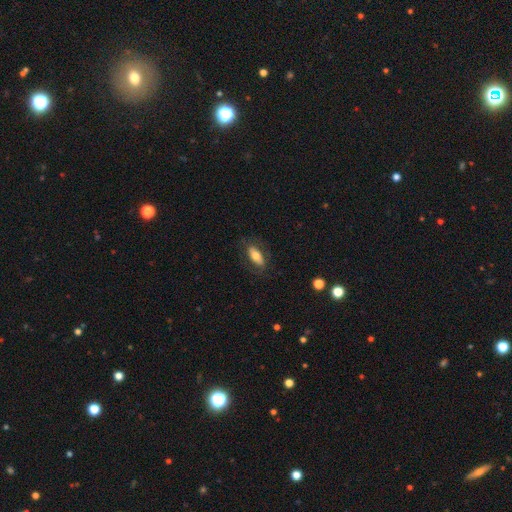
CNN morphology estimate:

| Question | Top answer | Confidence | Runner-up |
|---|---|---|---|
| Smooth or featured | smooth | 66% | featured or disk (27%) |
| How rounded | in between | 83% | cigar-shaped (14%) |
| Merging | none | 75% | minor disturbance (16%) |